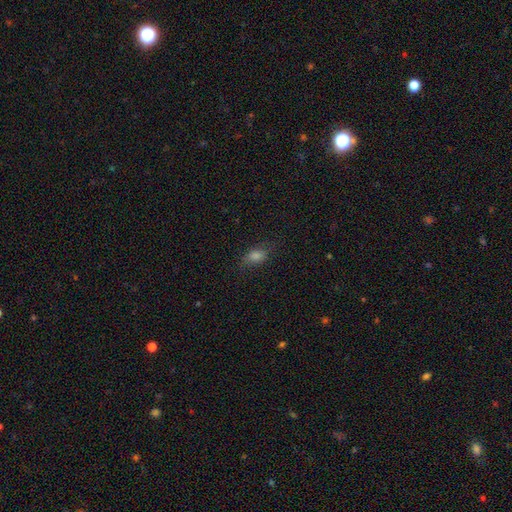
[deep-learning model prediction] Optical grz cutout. It shows a smooth galaxy with no disk features (70%) that is in between round and cigar-shaped (77%). Merging: none (74%).